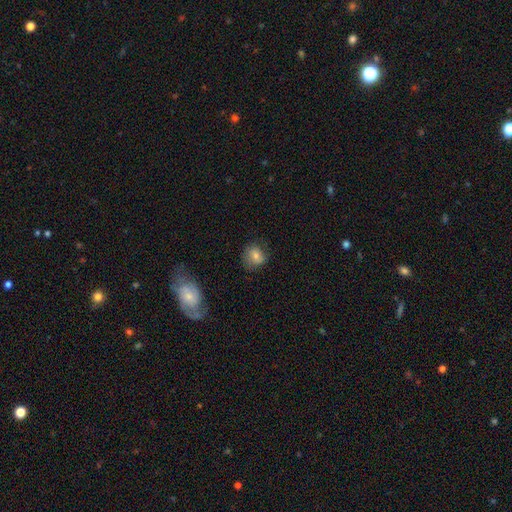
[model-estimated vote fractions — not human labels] Q: Smooth or featured?
A: smooth (69%); runner-up: featured or disk (20%)
Q: How rounded?
A: round (68%); runner-up: in between (31%)
Q: Merging?
A: none (68%); runner-up: minor disturbance (21%)